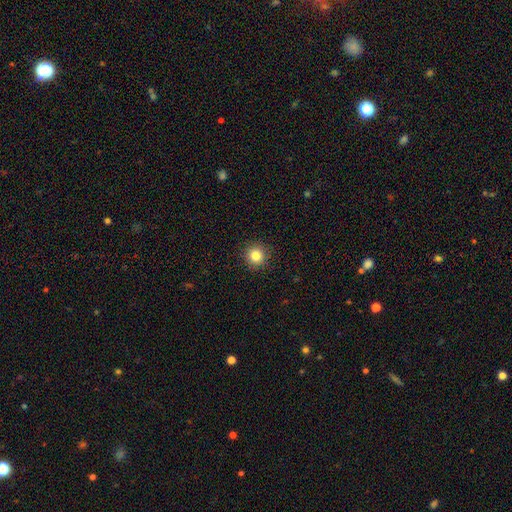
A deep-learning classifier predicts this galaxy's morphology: smooth_or_featured: smooth (p=0.84) [alt: star or artifact p=0.11]
how_rounded: round (p=0.94) [alt: in between p=0.05]
merging: none (p=0.91) [alt: minor disturbance p=0.06]